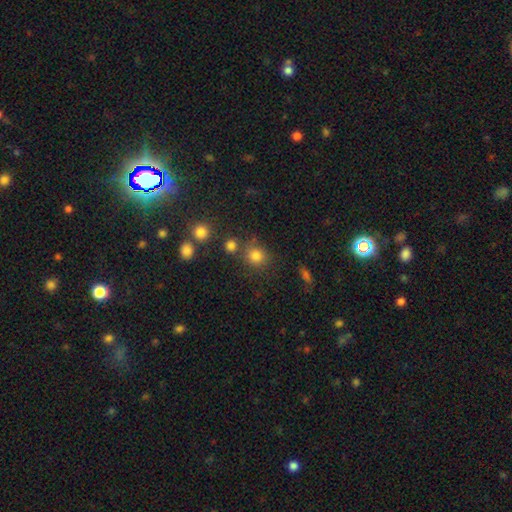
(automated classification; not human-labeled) Morphology: type=smooth (80%); roundness=round (85%); merging=none (69%).